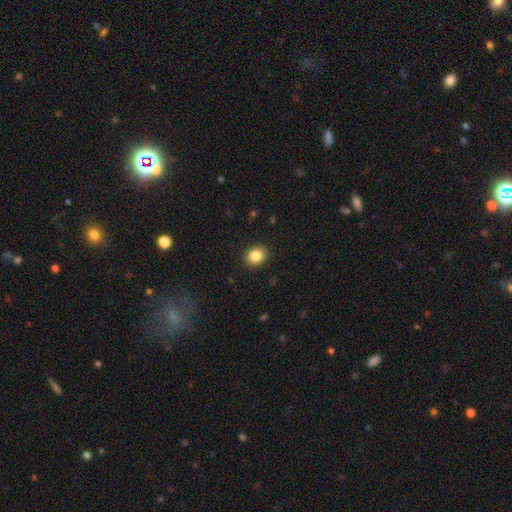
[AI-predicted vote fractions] Smooth or featured? smooth (85%)
How rounded? round (61%)
Merging? none (90%)